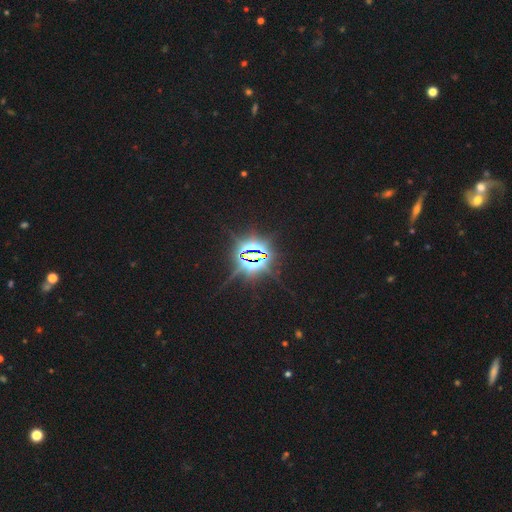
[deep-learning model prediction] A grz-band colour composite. It shows a star or artifact, not a galaxy (87%).